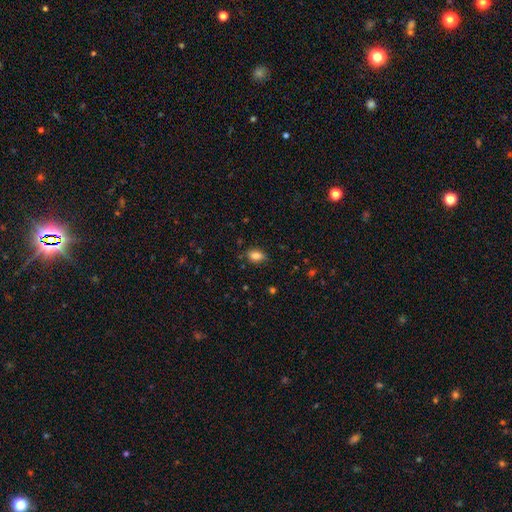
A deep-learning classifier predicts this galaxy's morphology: A smooth galaxy with no disk features (83%) that is in between round and cigar-shaped (84%).

Vote fractions:
- Smooth or featured? smooth: 83% / star or artifact: 10% / featured or disk: 7%
- How rounded? in between: 84% / round: 13% / cigar-shaped: 3%
- Merging? none: 79% / minor disturbance: 16% / major disturbance: 3% / merger: 2%